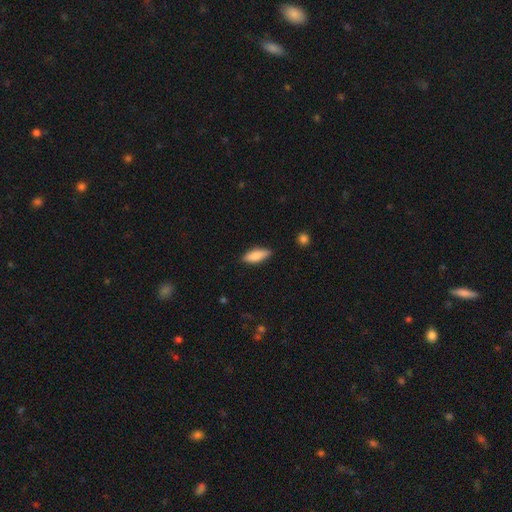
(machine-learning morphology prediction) type=smooth (83%); roundness=in between (67%); merging=none (85%).